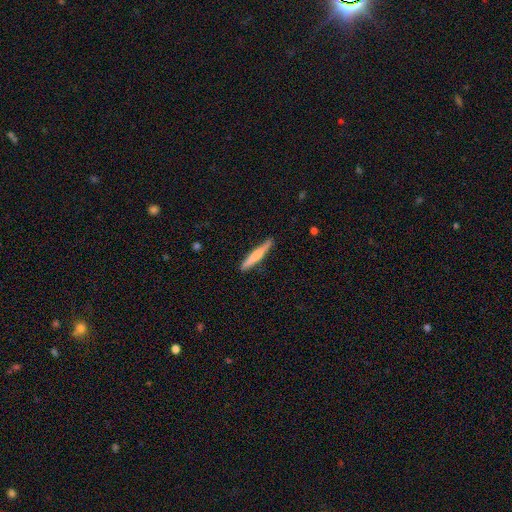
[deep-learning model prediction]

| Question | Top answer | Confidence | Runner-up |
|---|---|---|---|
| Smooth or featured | smooth | 64% | featured or disk (31%) |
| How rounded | cigar-shaped | 94% | in between (5%) |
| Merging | none | 84% | minor disturbance (13%) |